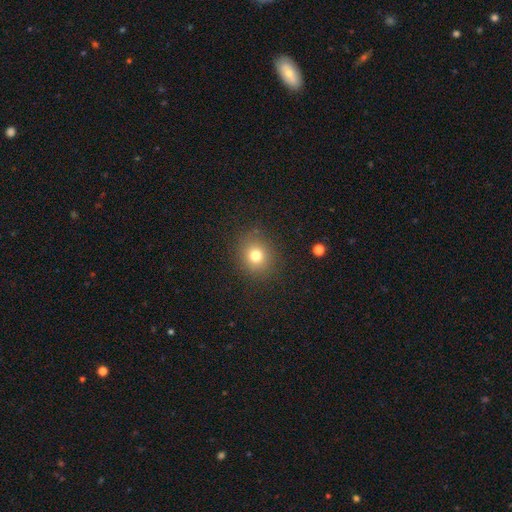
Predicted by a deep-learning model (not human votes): This appears to be a smooth galaxy with no disk features (77%) that is round (80%). Merging: none (87%).